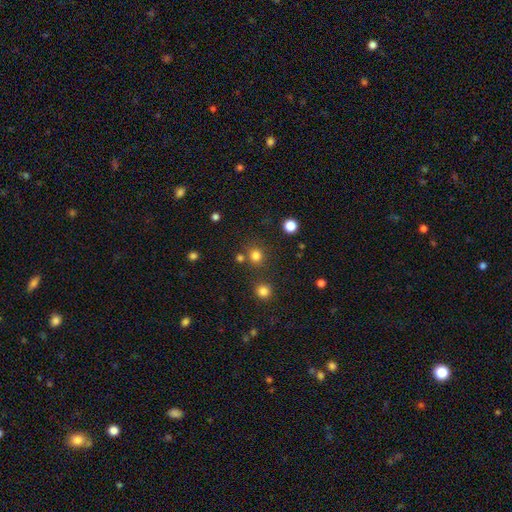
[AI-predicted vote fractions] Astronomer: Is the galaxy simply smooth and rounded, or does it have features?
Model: smooth — 79%.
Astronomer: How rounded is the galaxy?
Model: round — 88%.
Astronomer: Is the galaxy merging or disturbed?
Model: none — 78%.